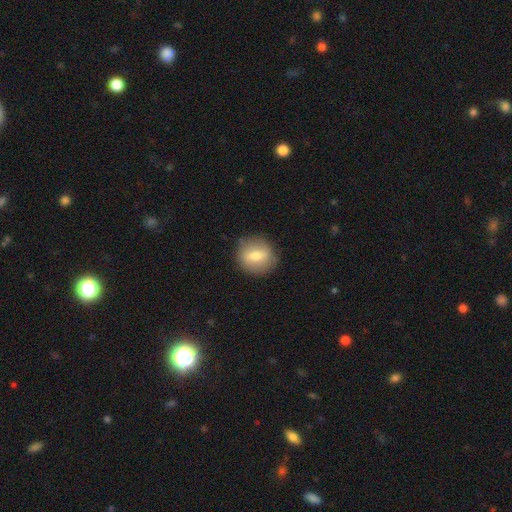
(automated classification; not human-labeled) smooth 64%, featured or disk 28%, star or artifact 8%. Down the decision tree: how rounded — round (81%); merging — none (82%).